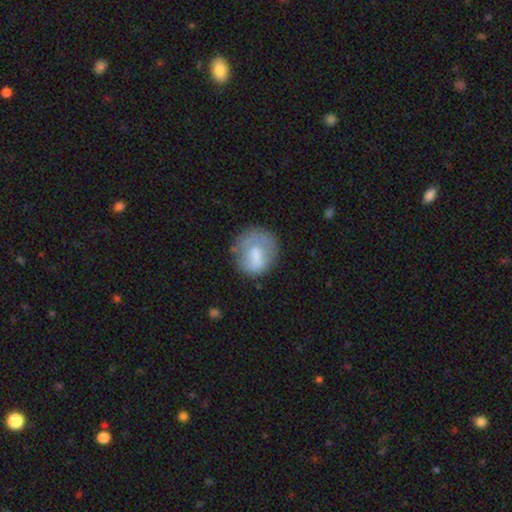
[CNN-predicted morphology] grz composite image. It shows a smooth galaxy with no disk features (62%) that is round (73%). Merging: none (55%).